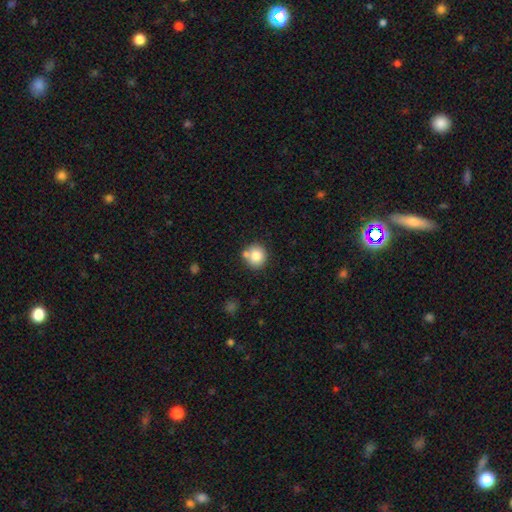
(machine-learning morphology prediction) This appears to be a smooth galaxy with no disk features (81%) that is round (88%). Merging: none (66%).